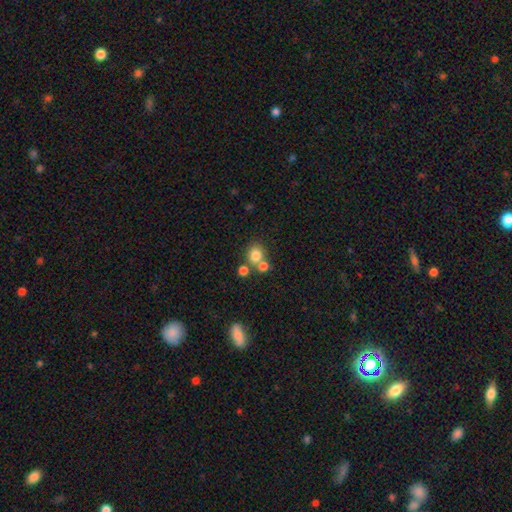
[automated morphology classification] type=smooth (78%); roundness=round (78%); merging=none (56%).